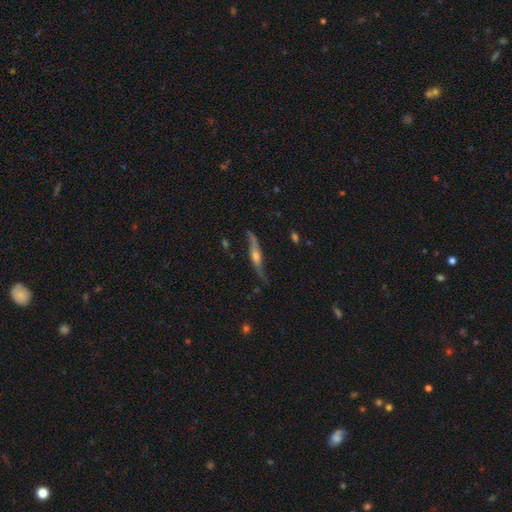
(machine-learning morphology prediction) The model was most divided on "edge-on disk": yes: 61%, no: 39%. More confident: smooth or featured — featured or disk (76%); merging — none (64%).